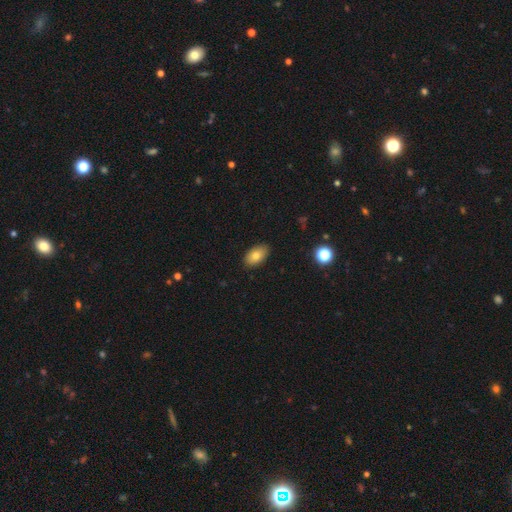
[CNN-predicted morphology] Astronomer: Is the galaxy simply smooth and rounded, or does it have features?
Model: smooth — 79%.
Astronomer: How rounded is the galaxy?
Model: in between — 92%.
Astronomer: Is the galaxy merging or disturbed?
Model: none — 88%.